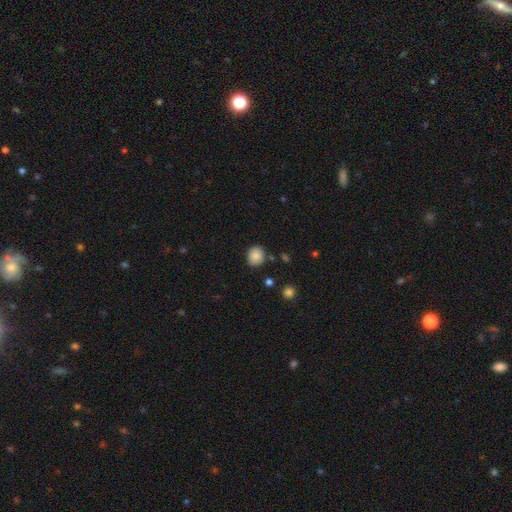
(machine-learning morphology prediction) smooth_or_featured: smooth (p=0.86) [alt: star or artifact p=0.09]
how_rounded: round (p=0.75) [alt: in between p=0.24]
merging: none (p=0.82) [alt: minor disturbance p=0.12]